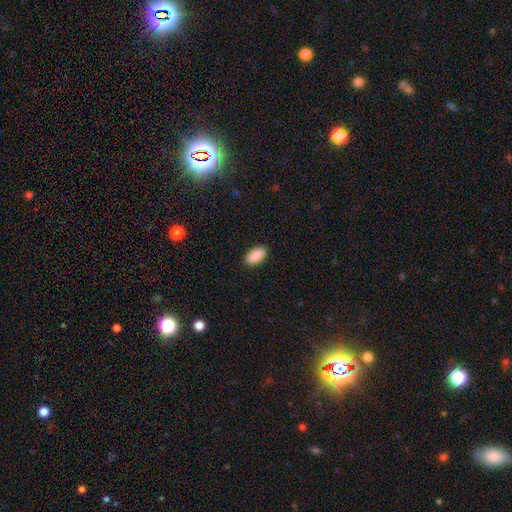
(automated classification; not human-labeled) Q: Smooth or featured?
A: smooth (90%); runner-up: star or artifact (6%)
Q: How rounded?
A: in between (94%); runner-up: cigar-shaped (3%)
Q: Merging?
A: none (89%); runner-up: minor disturbance (8%)